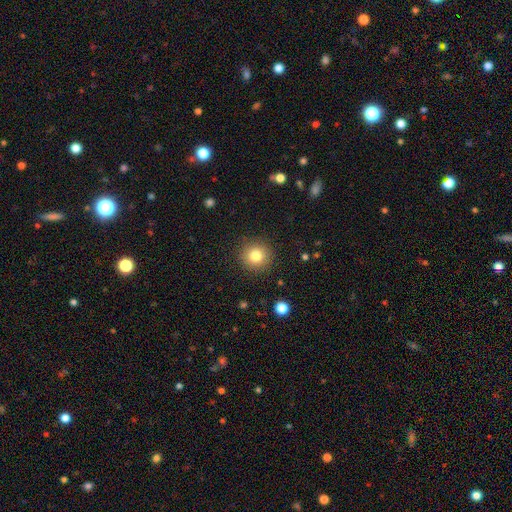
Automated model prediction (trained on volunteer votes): smooth_or_featured: smooth (p=0.81) [alt: star or artifact p=0.11]
how_rounded: round (p=0.94) [alt: in between p=0.05]
merging: none (p=0.90) [alt: minor disturbance p=0.07]